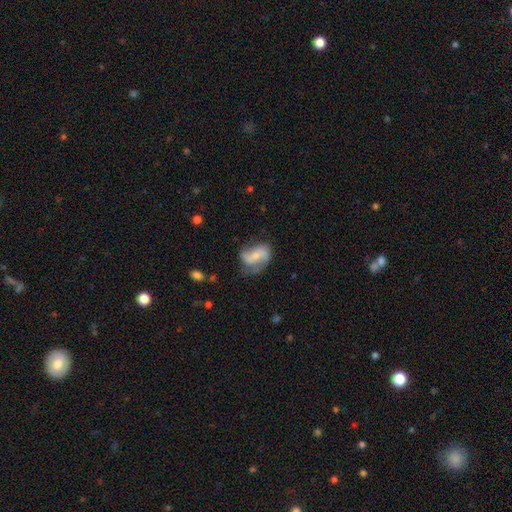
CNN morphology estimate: smooth_or_featured: featured or disk (p=0.64) [alt: smooth p=0.29]
disk_edge_on: no (p=0.96) [alt: yes p=0.04]
bar: no (p=0.43) [alt: weak p=0.37]
has_spiral_arms: yes (p=0.86) [alt: no p=0.14]
spiral_winding: loose (p=0.54) [alt: medium p=0.34]
spiral_arm_count: 2 (p=0.84) [alt: can't tell p=0.07]
bulge_size: small (p=0.55) [alt: moderate p=0.34]
merging: none (p=0.56) [alt: minor disturbance p=0.27]